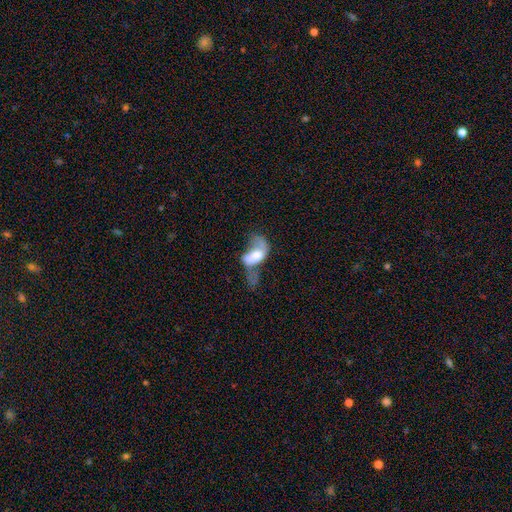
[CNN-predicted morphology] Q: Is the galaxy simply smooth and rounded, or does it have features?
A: smooth — 46%, tied with featured or disk.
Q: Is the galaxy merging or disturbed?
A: major disturbance — 49%.